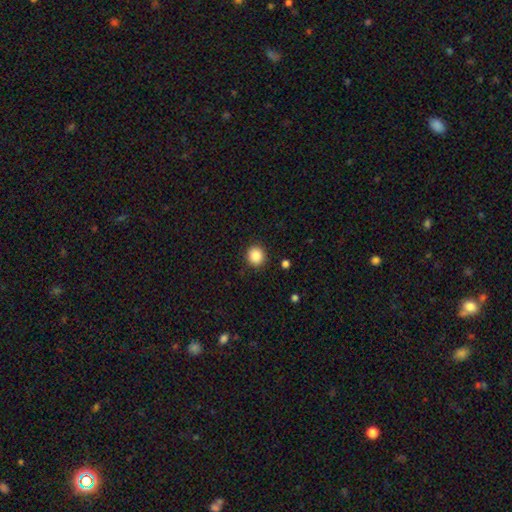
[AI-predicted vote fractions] A smooth galaxy with no disk features (87%) that is round (89%).

Vote fractions:
- Smooth or featured? smooth: 87% / star or artifact: 10% / featured or disk: 3%
- How rounded? round: 89% / in between: 10% / cigar-shaped: 1%
- Merging? none: 90% / minor disturbance: 6% / major disturbance: 2% / merger: 1%